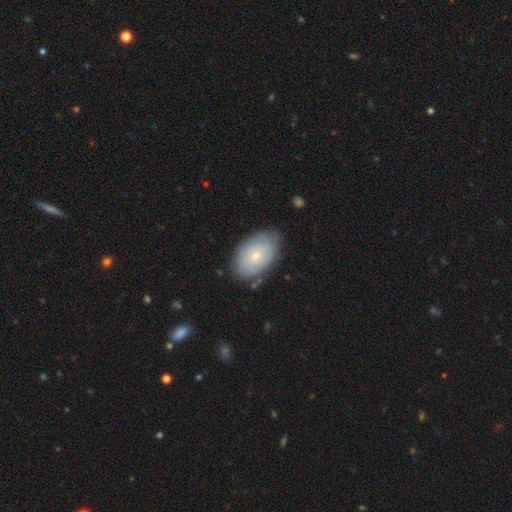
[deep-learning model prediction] Q: Smooth or featured?
A: featured or disk (49%); runner-up: smooth (44%)
Q: Merging?
A: none (76%); runner-up: minor disturbance (18%)